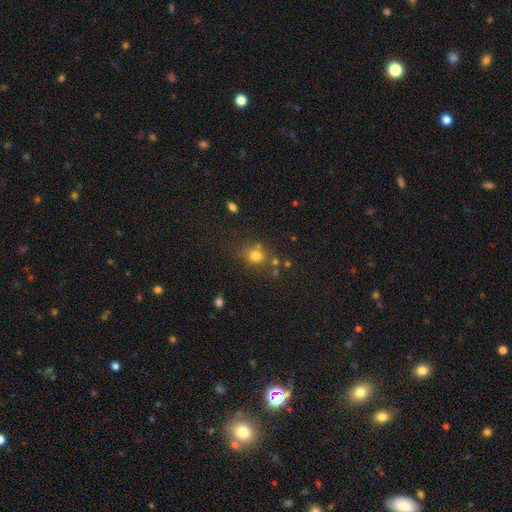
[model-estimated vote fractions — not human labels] Smooth or featured?
  - smooth: 75% *
  - star or artifact: 16%
  - featured or disk: 9%
How rounded?
  - round: 70% *
  - in between: 29%
  - cigar-shaped: 1%
Merging?
  - none: 68% *
  - minor disturbance: 14%
  - merger: 12%
  - major disturbance: 6%